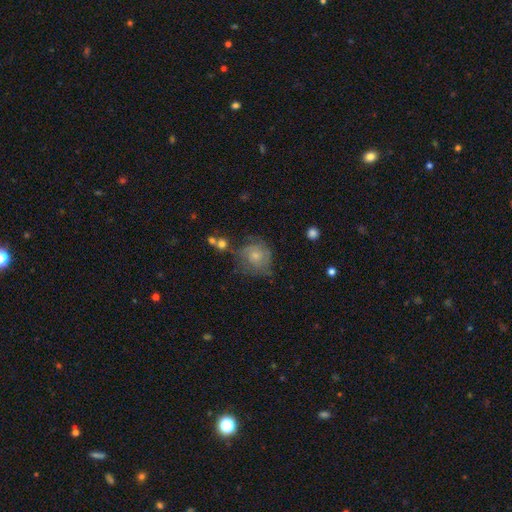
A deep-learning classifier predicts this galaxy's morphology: This appears to be a smooth galaxy with no disk features (49%). Merging: none (53%).